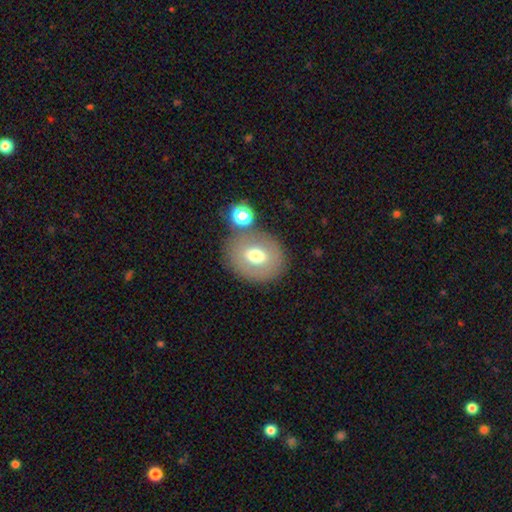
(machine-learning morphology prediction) Smooth or featured: smooth — 63% (featured or disk — 26%)
How rounded: round — 62% (in between — 37%)
Merging: none — 72% (minor disturbance — 12%)